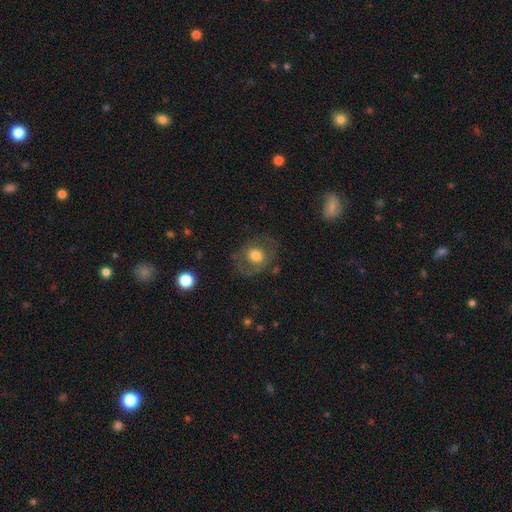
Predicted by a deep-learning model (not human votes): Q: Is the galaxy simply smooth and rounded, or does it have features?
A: smooth — 57%.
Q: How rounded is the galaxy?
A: round — 64%.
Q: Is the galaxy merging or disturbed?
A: none — 68%.